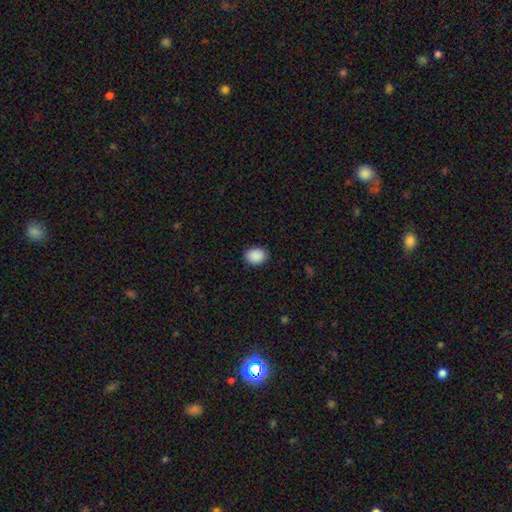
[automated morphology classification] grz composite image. It shows a smooth galaxy with no disk features (90%) that is in between round and cigar-shaped (57%). Merging: none (88%).